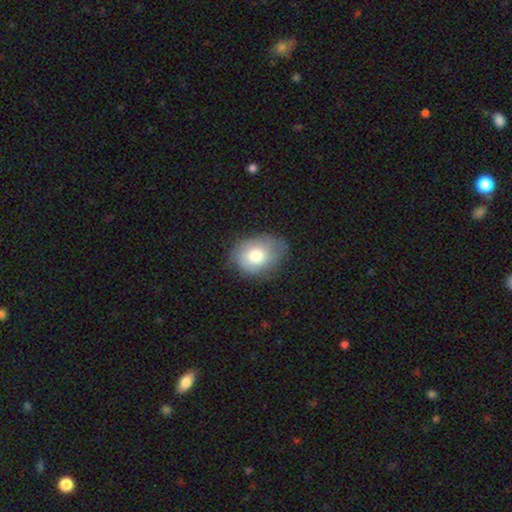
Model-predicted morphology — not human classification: Smooth or featured? smooth (74%)
How rounded? in between (58%)
Merging? none (65%)